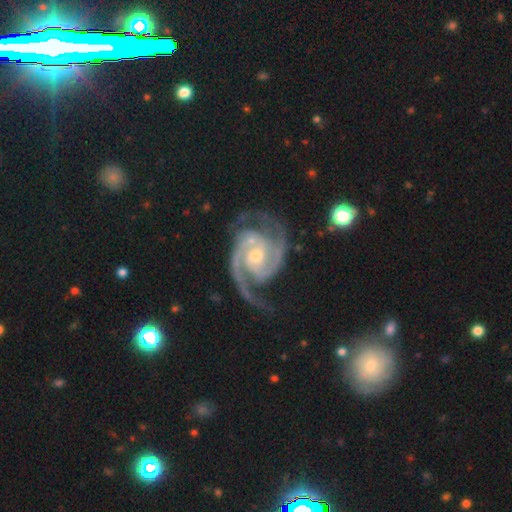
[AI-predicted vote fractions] Overall: featured or disk (94%). Edge-on disk: no (98%). Bar: no (49%; weak 36%). Spiral arms: yes (99%). Spiral arm count: 2 (80%). Spiral winding: medium (49%; tight 44%). Bulge size: small (50%; moderate 45%). Merging: none (70%).